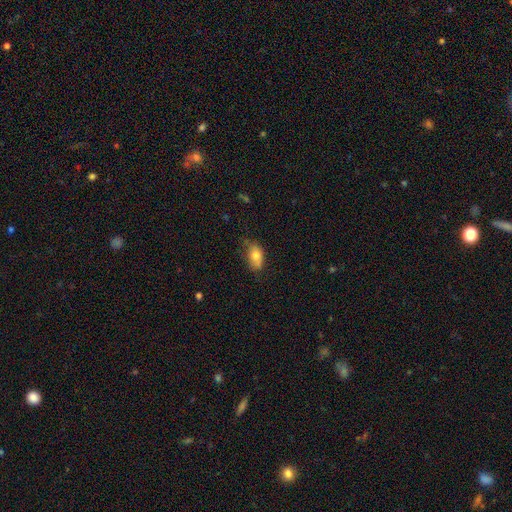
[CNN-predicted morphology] The model was most divided on "merging": none: 61%, minor disturbance: 30%, major disturbance: 7%, merger: 2%. More confident: how rounded — in between (89%); smooth or featured — smooth (79%).